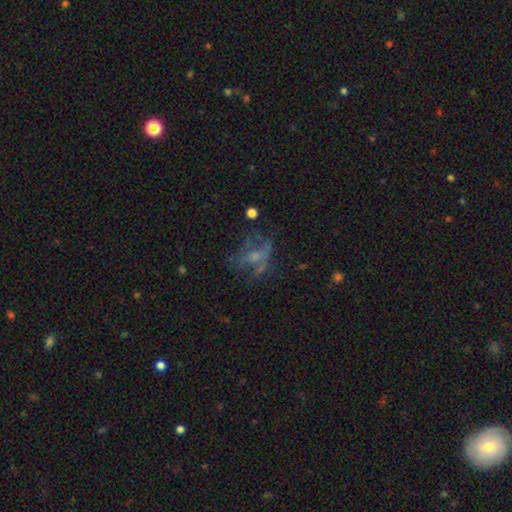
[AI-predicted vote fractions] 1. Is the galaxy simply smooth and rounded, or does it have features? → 53% featured or disk, 24% star or artifact, 22% smooth.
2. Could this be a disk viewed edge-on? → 94% no, 6% yes.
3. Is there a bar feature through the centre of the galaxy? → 70% no, 23% weak, 7% strong.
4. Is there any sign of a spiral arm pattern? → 68% no, 32% yes.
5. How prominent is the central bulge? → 49% small, 27% none, 21% moderate, 2% large, 1% dominant.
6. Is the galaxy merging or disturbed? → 44% none, 34% major disturbance, 17% minor disturbance, 5% merger.